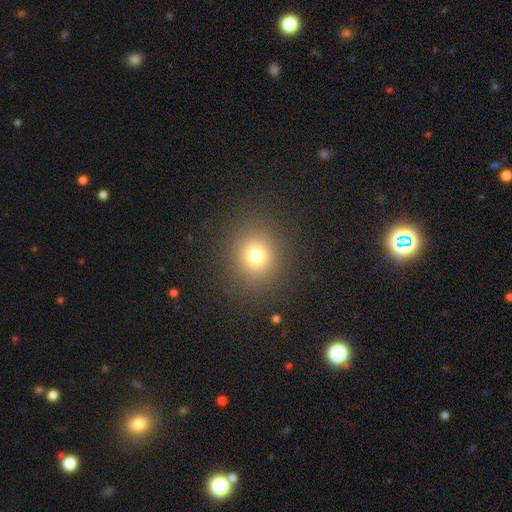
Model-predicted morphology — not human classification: Smooth or featured?
  - smooth: 74% *
  - star or artifact: 17%
  - featured or disk: 9%
How rounded?
  - round: 79% *
  - in between: 20%
  - cigar-shaped: 1%
Merging?
  - none: 88% *
  - minor disturbance: 7%
  - major disturbance: 4%
  - merger: 1%